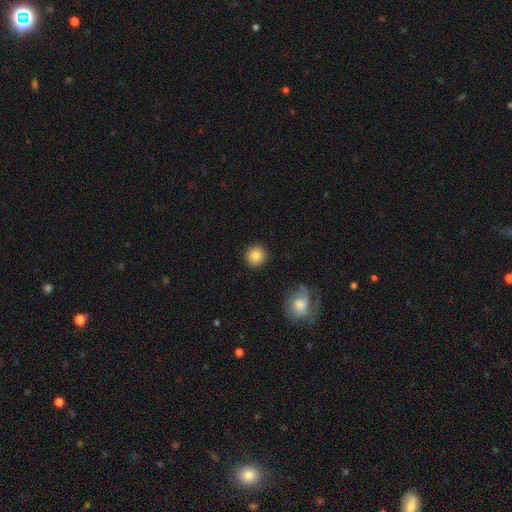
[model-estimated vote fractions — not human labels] Overall: smooth (85%). How rounded: round (93%). Merging: none (91%).